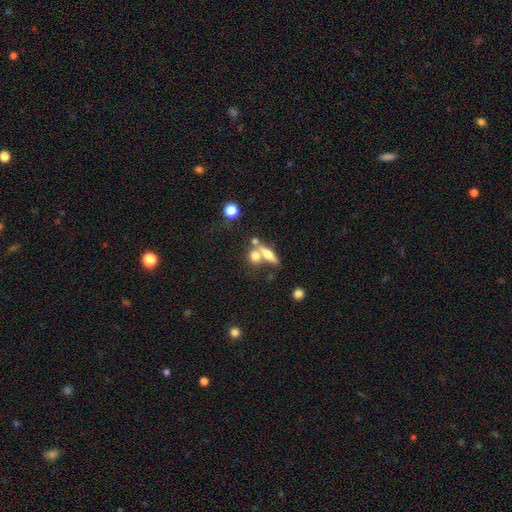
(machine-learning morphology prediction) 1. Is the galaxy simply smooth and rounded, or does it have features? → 62% smooth, 27% featured or disk, 10% star or artifact.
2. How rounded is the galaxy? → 41% round, 36% in between, 23% cigar-shaped.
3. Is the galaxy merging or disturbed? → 44% none, 42% merger, 10% minor disturbance, 5% major disturbance.